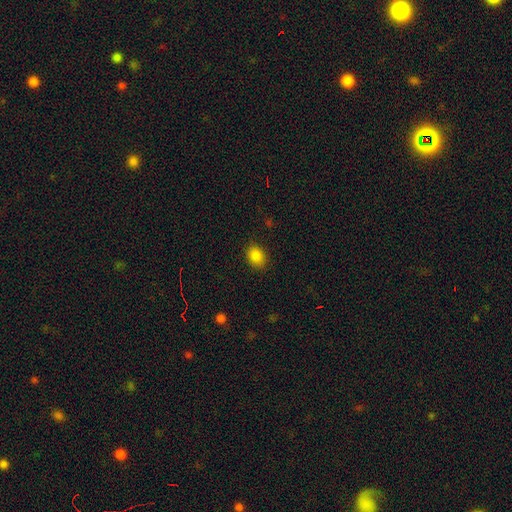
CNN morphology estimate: smooth 86%, star or artifact 11%, featured or disk 4%. Down the decision tree: how rounded — in between (65%); merging — none (86%).